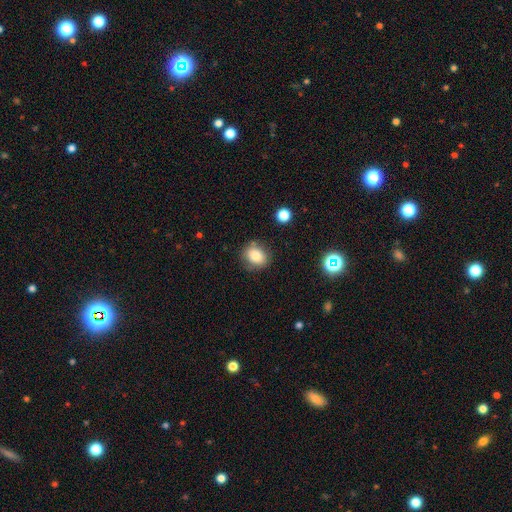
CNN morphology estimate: A smooth galaxy with no disk features (82%) that is round (55%).

Vote fractions:
- Smooth or featured? smooth: 82% / star or artifact: 10% / featured or disk: 8%
- How rounded? round: 55% / in between: 44% / cigar-shaped: 1%
- Merging? none: 78% / minor disturbance: 15% / major disturbance: 4% / merger: 3%